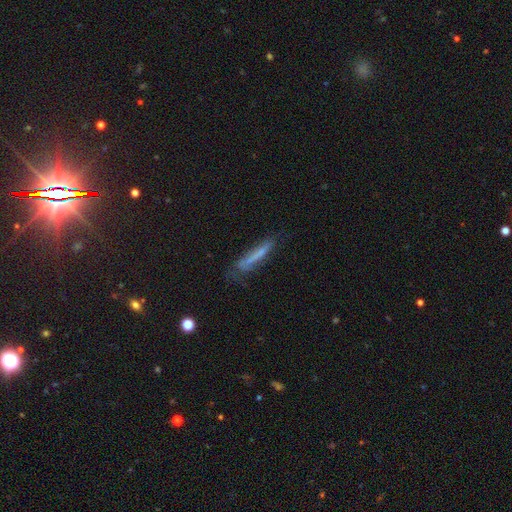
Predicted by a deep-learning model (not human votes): smooth_or_featured: smooth (p=0.50) [alt: featured or disk p=0.39]
merging: none (p=0.53) [alt: minor disturbance p=0.27]